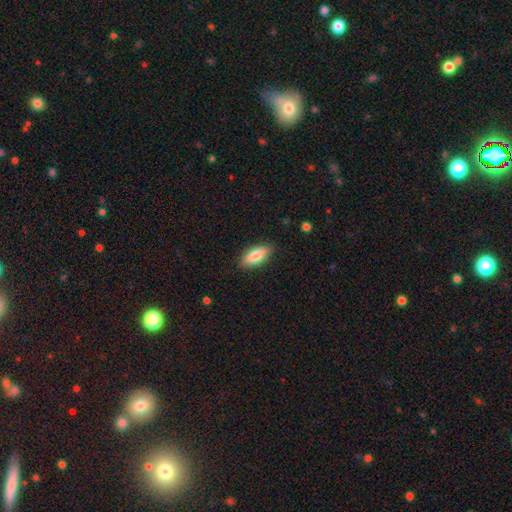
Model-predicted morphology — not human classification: Overall: smooth (80%). How rounded: in between (76%). Merging: none (86%).